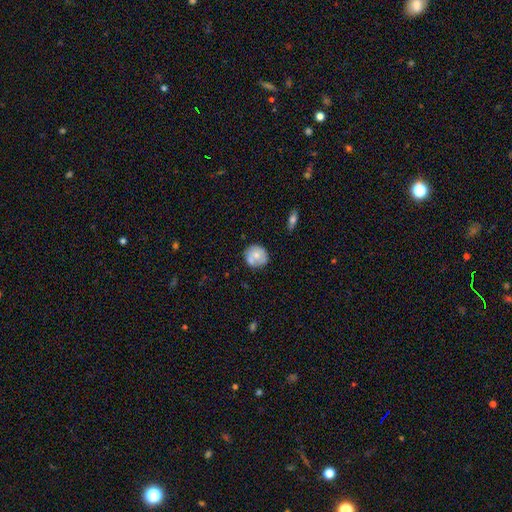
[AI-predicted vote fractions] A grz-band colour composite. It shows a smooth galaxy with no disk features (64%) that is round (83%). Merging: none (60%).